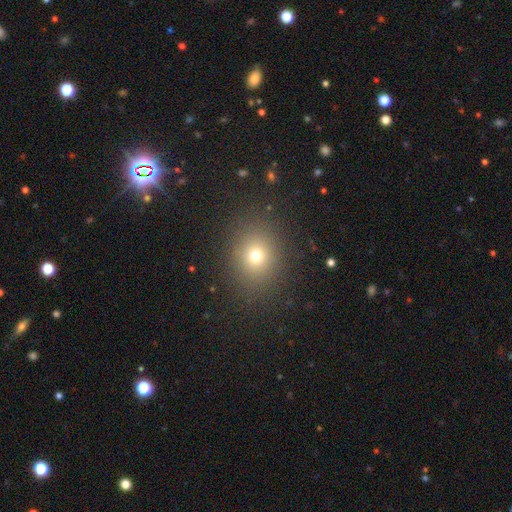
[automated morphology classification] smooth-or-featured: smooth: 71% | star or artifact: 20% | featured or disk: 10%
  how-rounded: round: 69% | in between: 30% | cigar-shaped: 1%
  merging: none: 86% | minor disturbance: 8% | major disturbance: 4% | merger: 1%